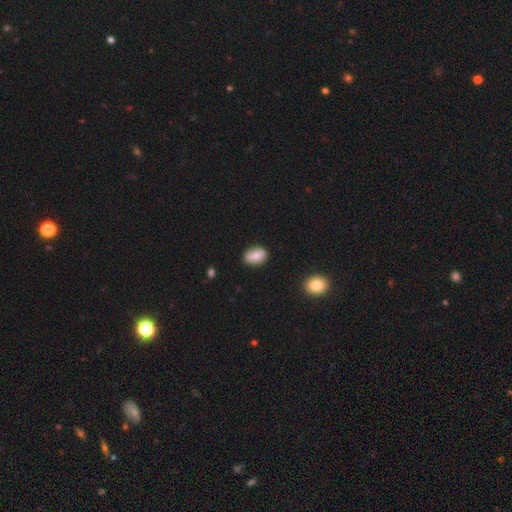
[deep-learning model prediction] A smooth galaxy with no disk features (76%) that is in between round and cigar-shaped (79%).

Vote fractions:
- Smooth or featured? smooth: 76% / featured or disk: 17% / star or artifact: 7%
- How rounded? in between: 79% / round: 19% / cigar-shaped: 2%
- Merging? none: 86% / minor disturbance: 11% / major disturbance: 2% / merger: 2%